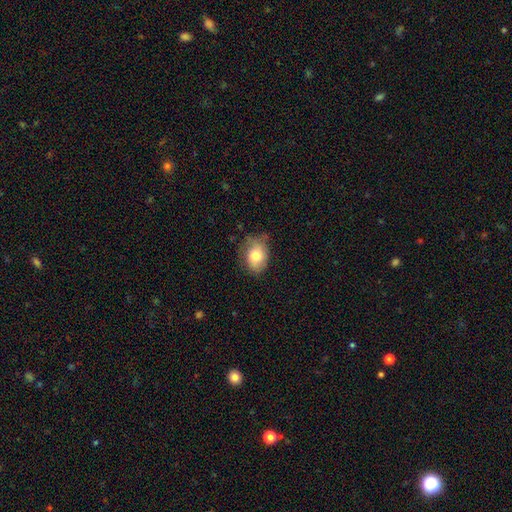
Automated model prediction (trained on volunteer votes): Overall: smooth (75%). How rounded: in between (70%). Merging: none (60%; minor disturbance 31%).